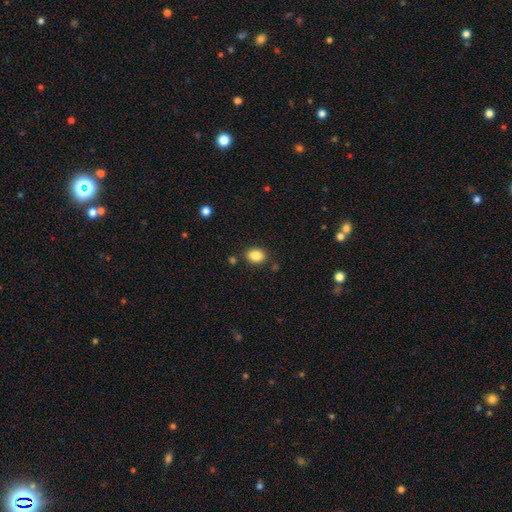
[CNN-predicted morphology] This is clearly a smooth galaxy (86%). How rounded: likely in between (61%). Merging: clearly none (84%).